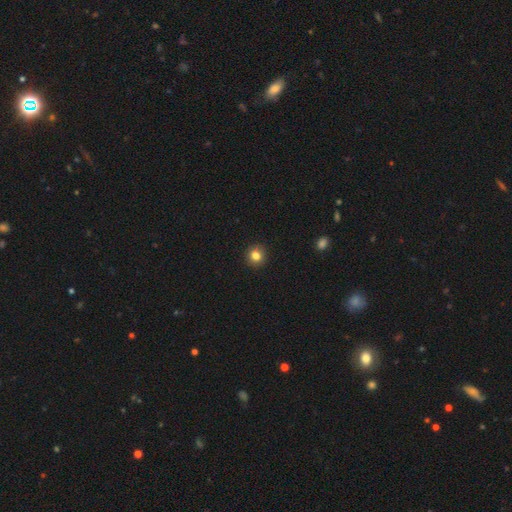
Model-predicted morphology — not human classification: type=smooth (82%); roundness=round (88%); merging=none (91%).